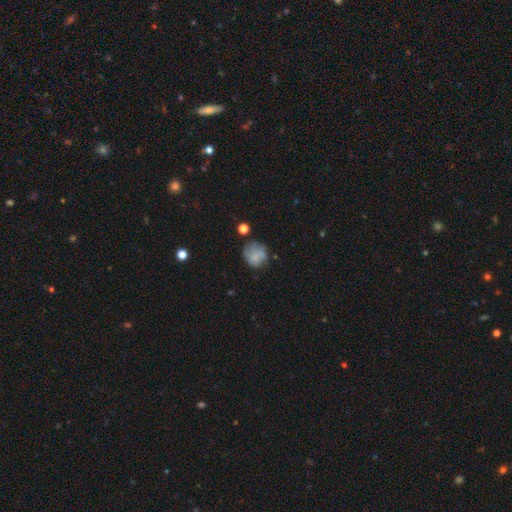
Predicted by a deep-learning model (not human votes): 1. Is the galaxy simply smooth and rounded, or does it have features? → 67% smooth, 23% featured or disk, 10% star or artifact.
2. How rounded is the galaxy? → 80% round, 19% in between, 1% cigar-shaped.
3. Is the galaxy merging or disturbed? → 56% none, 25% minor disturbance, 13% major disturbance, 6% merger.